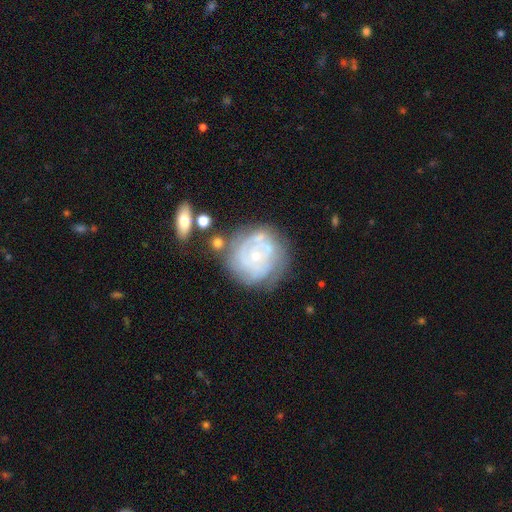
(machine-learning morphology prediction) Smooth or featured: featured or disk — 75% (smooth — 18%)
Edge-on disk: no — 97% (yes — 3%)
Bar: no — 83% (weak — 14%)
Spiral arms: yes — 78% (no — 22%)
Spiral winding: tight — 75% (medium — 18%)
Spiral arm count: can't tell — 50% (2 — 19%)
Bulge size: small — 73% (moderate — 23%)
Merging: none — 65% (minor disturbance — 19%)